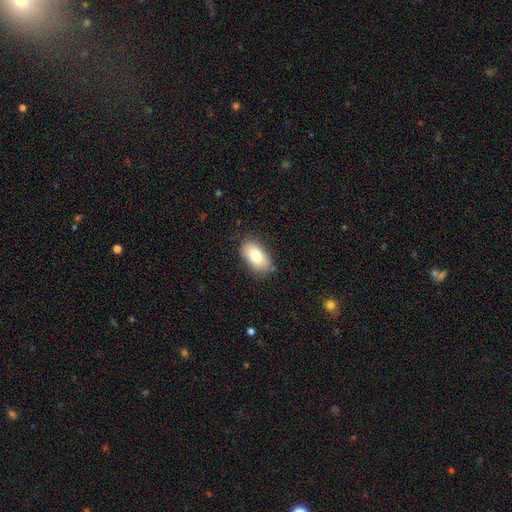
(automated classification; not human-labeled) Morphology: type=smooth (82%); roundness=in between (93%); merging=none (81%).